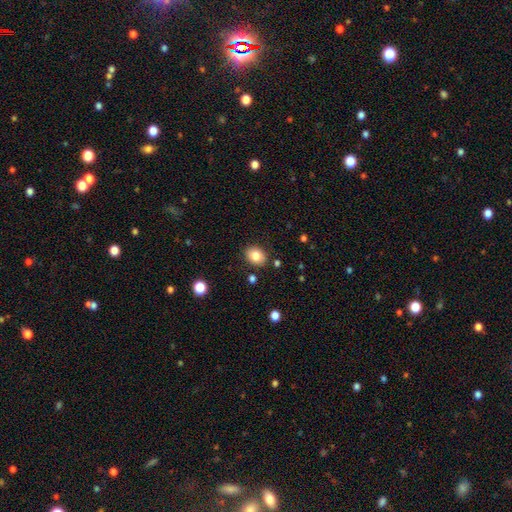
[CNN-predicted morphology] Q: Smooth or featured?
A: smooth (83%); runner-up: star or artifact (9%)
Q: How rounded?
A: in between (58%); runner-up: round (41%)
Q: Merging?
A: none (87%); runner-up: minor disturbance (9%)